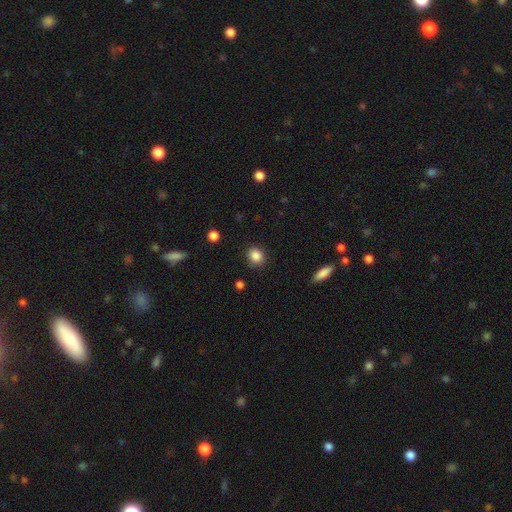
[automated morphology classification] Smooth or featured?
  - smooth: 86% *
  - star or artifact: 10%
  - featured or disk: 4%
How rounded?
  - round: 66% *
  - in between: 32%
  - cigar-shaped: 1%
Merging?
  - none: 87% *
  - minor disturbance: 9%
  - major disturbance: 3%
  - merger: 1%